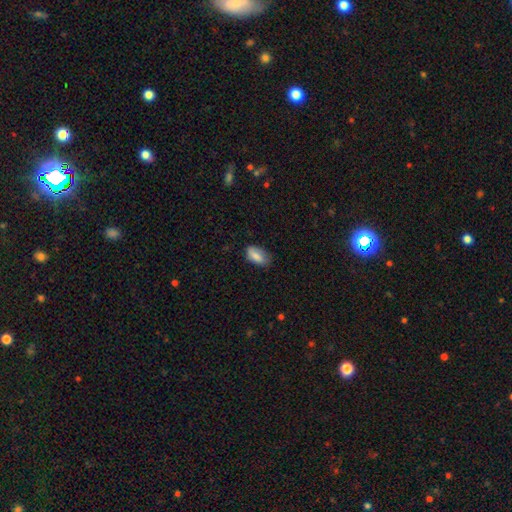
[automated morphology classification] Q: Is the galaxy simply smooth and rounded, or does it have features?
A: smooth — 80%.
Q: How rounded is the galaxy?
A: in between — 91%.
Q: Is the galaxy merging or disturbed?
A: none — 65%.